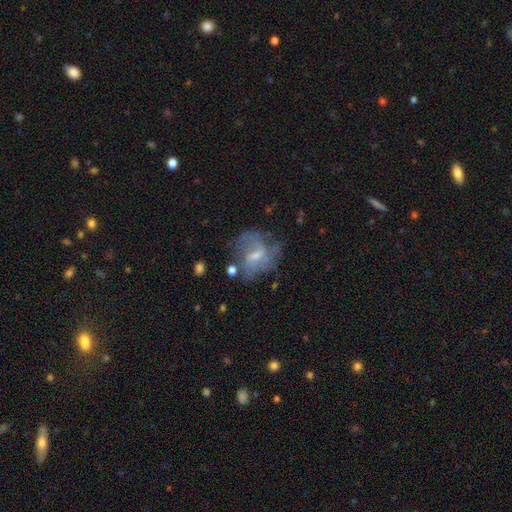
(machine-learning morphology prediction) This is likely a featured or disk galaxy (66%). It is clearly not viewed edge-on (96%). Bar: possibly weak (52%). Spiral arm pattern: likely yes (71%). Central bulge: possibly small (49%). Merging: possibly none (52%).